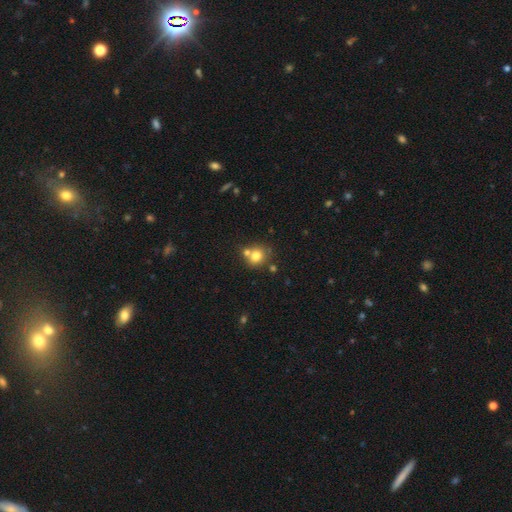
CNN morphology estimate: Smooth or featured? smooth (76%)
How rounded? round (81%)
Merging? none (55%)